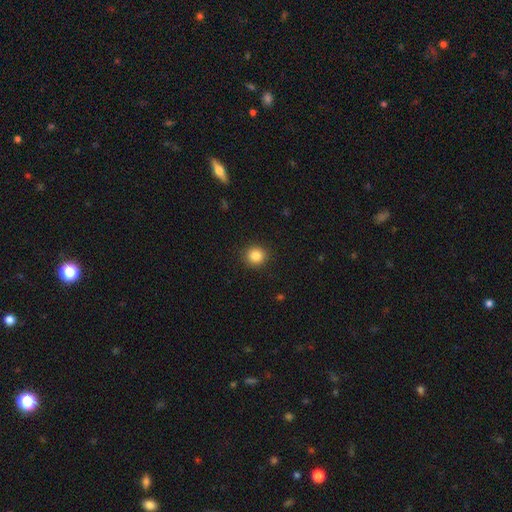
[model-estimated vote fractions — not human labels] Smooth or featured? Predicted: smooth (p=0.86). How rounded? Predicted: round (p=0.89). Merging? Predicted: none (p=0.91).